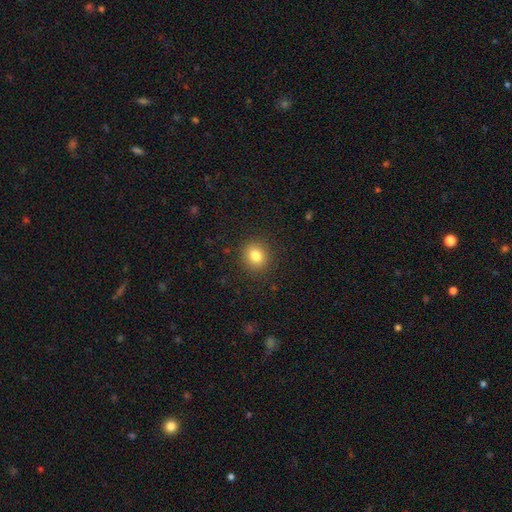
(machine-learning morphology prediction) Smooth or featured?
  - smooth: 82% *
  - star or artifact: 11%
  - featured or disk: 7%
How rounded?
  - round: 80% *
  - in between: 19%
  - cigar-shaped: 1%
Merging?
  - none: 90% *
  - minor disturbance: 7%
  - major disturbance: 2%
  - merger: 1%